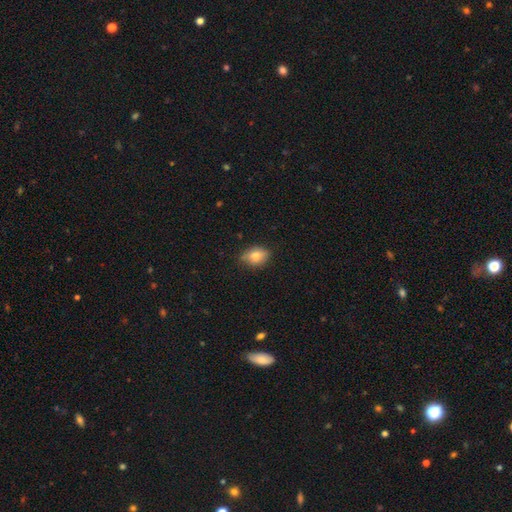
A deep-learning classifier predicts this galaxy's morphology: Smooth or featured: smooth — 74% (featured or disk — 17%)
How rounded: in between — 78% (round — 19%)
Merging: none — 74% (minor disturbance — 21%)